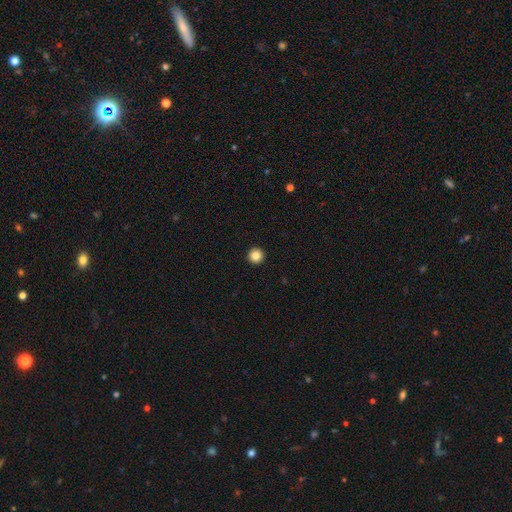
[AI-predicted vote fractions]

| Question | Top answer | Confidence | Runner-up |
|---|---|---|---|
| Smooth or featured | smooth | 85% | star or artifact (11%) |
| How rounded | round | 97% | in between (2%) |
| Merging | none | 95% | minor disturbance (3%) |